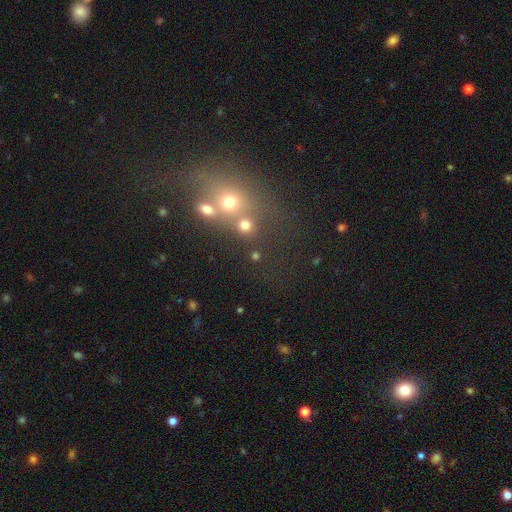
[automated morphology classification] This is possibly a smooth galaxy (51%). How rounded: likely round (73%). Merging: possibly none (54%).